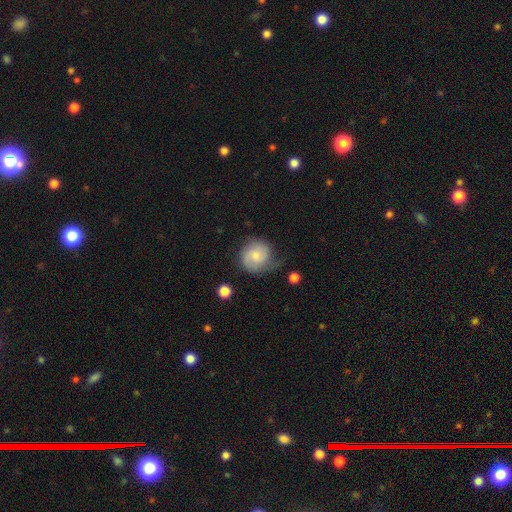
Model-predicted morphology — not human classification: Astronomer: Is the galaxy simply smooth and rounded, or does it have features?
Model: smooth — 54% (runner-up: featured or disk, 39%).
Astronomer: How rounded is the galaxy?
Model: round — 85%.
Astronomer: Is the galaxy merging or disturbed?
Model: none — 55%.